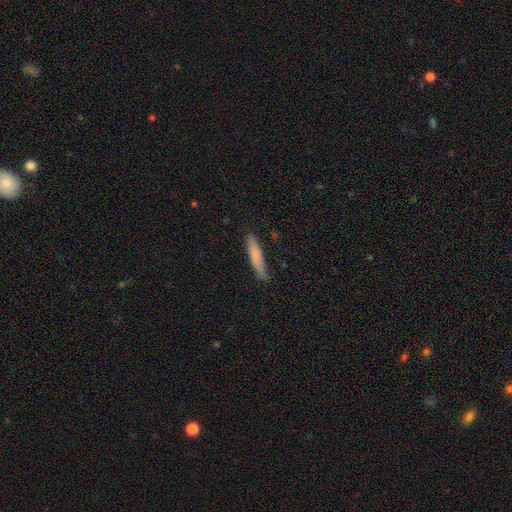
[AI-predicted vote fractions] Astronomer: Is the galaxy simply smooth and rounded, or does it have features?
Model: smooth — 77%.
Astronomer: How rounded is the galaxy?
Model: cigar-shaped — 92%.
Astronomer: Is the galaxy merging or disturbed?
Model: none — 81%.